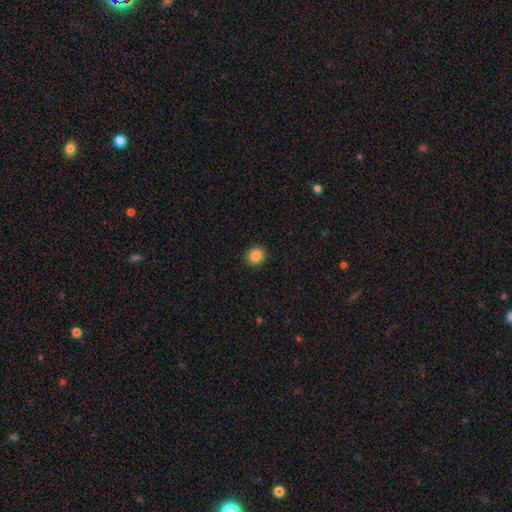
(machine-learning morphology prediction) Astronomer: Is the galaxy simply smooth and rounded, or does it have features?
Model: smooth — 85%.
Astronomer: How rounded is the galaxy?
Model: round — 83%.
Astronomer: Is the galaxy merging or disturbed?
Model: none — 92%.